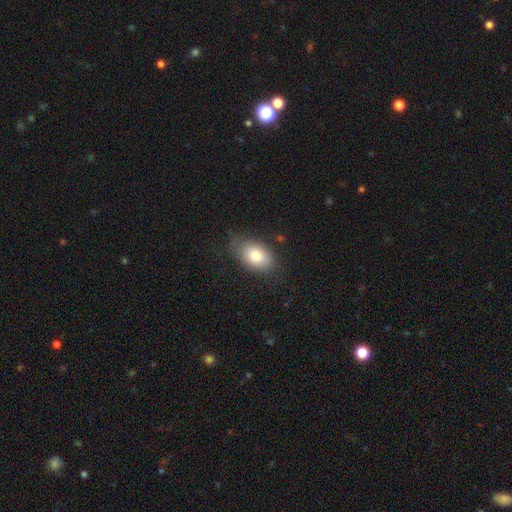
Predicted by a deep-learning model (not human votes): smooth-or-featured: smooth: 80% | featured or disk: 13% | star or artifact: 8%
  how-rounded: in between: 87% | round: 12% | cigar-shaped: 1%
  merging: none: 73% | minor disturbance: 20% | major disturbance: 5% | merger: 1%